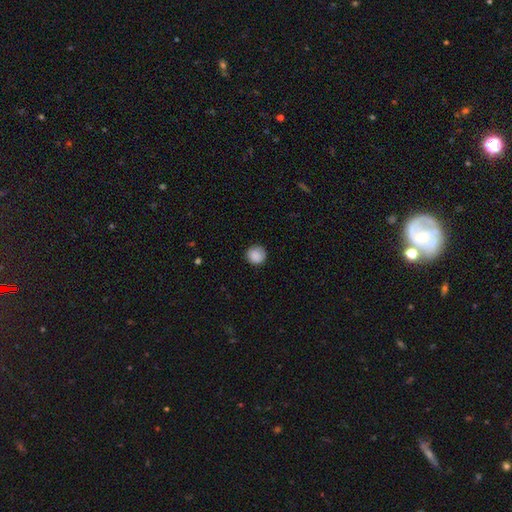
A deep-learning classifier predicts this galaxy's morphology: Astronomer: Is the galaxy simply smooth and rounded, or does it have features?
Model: smooth — 88%.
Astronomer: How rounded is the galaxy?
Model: round — 93%.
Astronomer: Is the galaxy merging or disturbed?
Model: none — 86%.